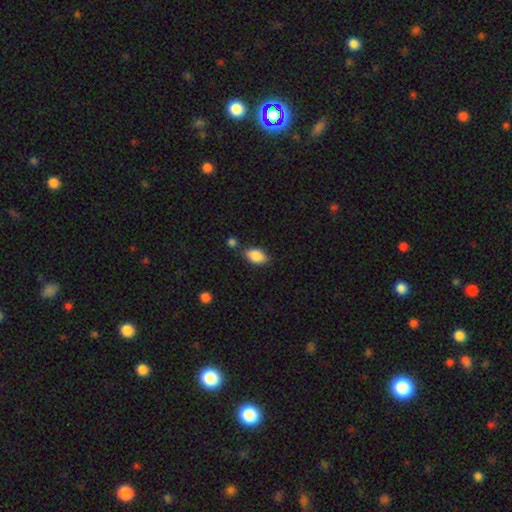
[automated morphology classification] Overall: smooth (88%). How rounded: in between (91%). Merging: none (73%).